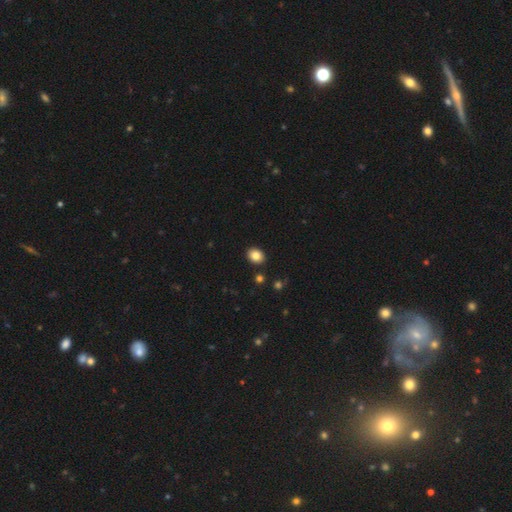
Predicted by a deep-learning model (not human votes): Q: Smooth or featured?
A: smooth (84%); runner-up: star or artifact (10%)
Q: How rounded?
A: round (55%); runner-up: in between (45%)
Q: Merging?
A: none (89%); runner-up: minor disturbance (7%)